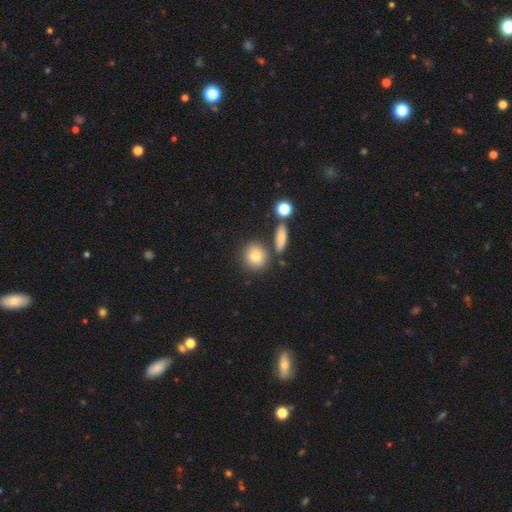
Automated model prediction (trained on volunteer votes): A smooth galaxy with no disk features (78%) that is round (83%). Merging: none (75%).